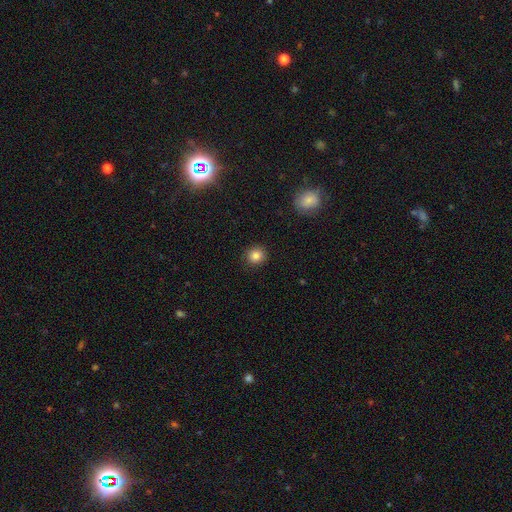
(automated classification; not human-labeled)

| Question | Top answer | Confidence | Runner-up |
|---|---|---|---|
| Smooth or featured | smooth | 84% | star or artifact (11%) |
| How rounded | round | 91% | in between (8%) |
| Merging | none | 91% | minor disturbance (6%) |